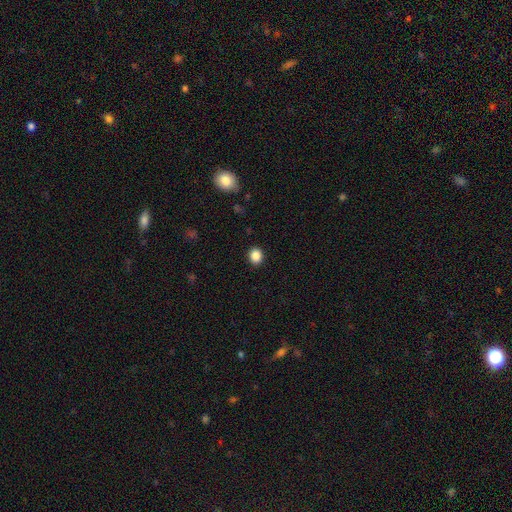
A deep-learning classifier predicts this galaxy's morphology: smooth 87%, star or artifact 10%, featured or disk 3%. Down the decision tree: how rounded — round (62%); merging — none (90%).